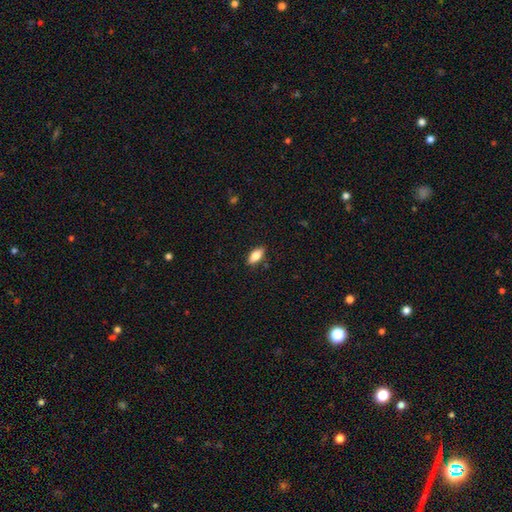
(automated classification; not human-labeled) Q: Smooth or featured?
A: smooth (78%); runner-up: featured or disk (15%)
Q: How rounded?
A: in between (87%); runner-up: cigar-shaped (11%)
Q: Merging?
A: none (87%); runner-up: minor disturbance (9%)